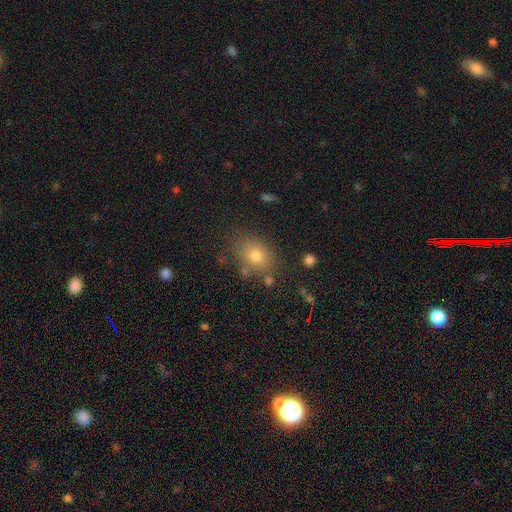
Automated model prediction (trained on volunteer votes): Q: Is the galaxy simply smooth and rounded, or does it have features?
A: smooth — 74%.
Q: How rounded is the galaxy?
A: in between — 58%.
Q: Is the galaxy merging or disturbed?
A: none — 79%.